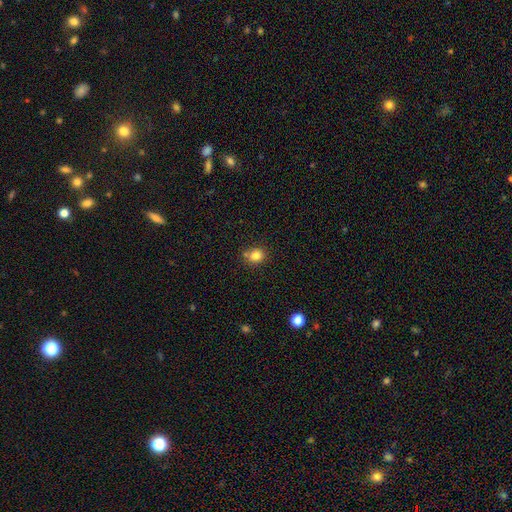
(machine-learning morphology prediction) Smooth or featured: smooth — 81% (star or artifact — 12%)
How rounded: round — 77% (in between — 22%)
Merging: none — 67% (minor disturbance — 15%)